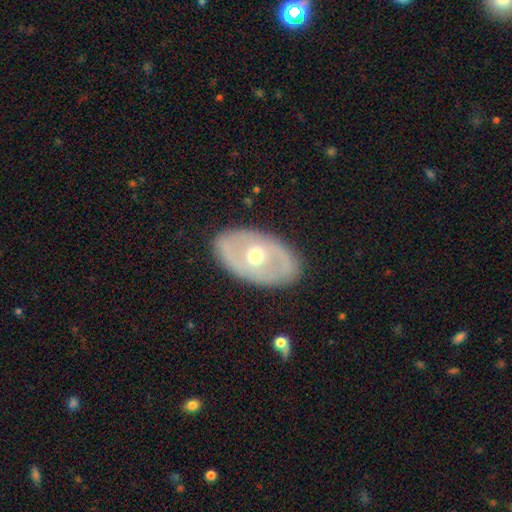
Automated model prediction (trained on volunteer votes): Smooth or featured: featured or disk — 62% (smooth — 32%)
Edge-on disk: no — 90% (yes — 10%)
Bar: no — 66% (weak — 25%)
Spiral arms: no — 68% (yes — 32%)
Bulge size: moderate — 71% (small — 21%)
Merging: none — 84% (minor disturbance — 11%)